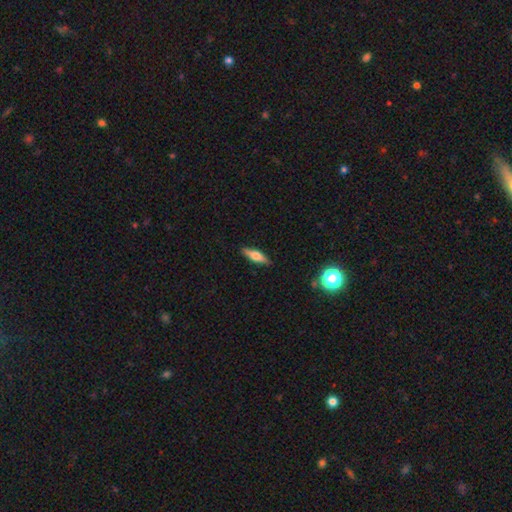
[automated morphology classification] This appears to be a smooth galaxy with no disk features (57%) that is cigar-shaped (58%). Merging: none (88%).